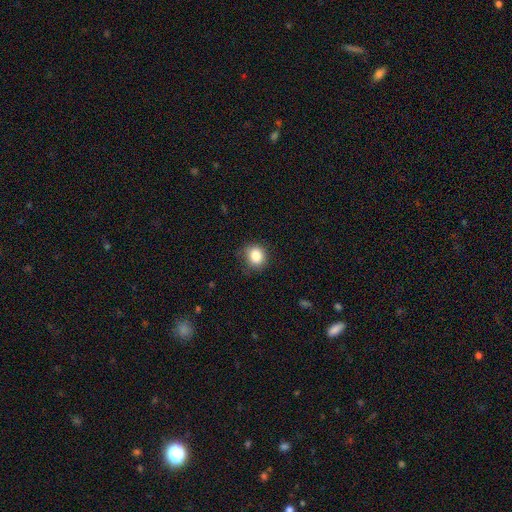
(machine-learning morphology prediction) This is clearly a smooth galaxy (86%). How rounded: likely round (74%). Merging: likely none (78%).